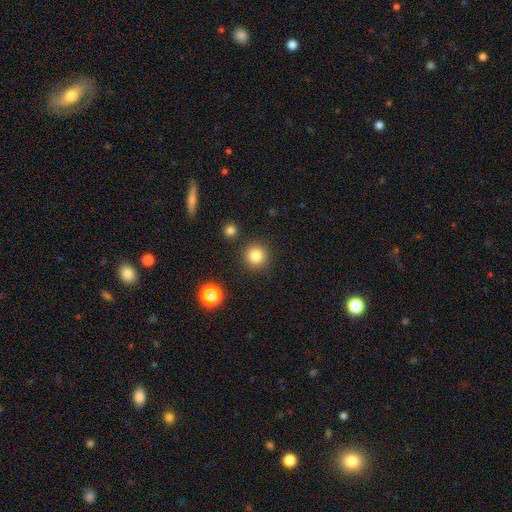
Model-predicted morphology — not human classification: This is clearly a smooth galaxy (83%). How rounded: clearly round (95%). Merging: clearly none (89%).